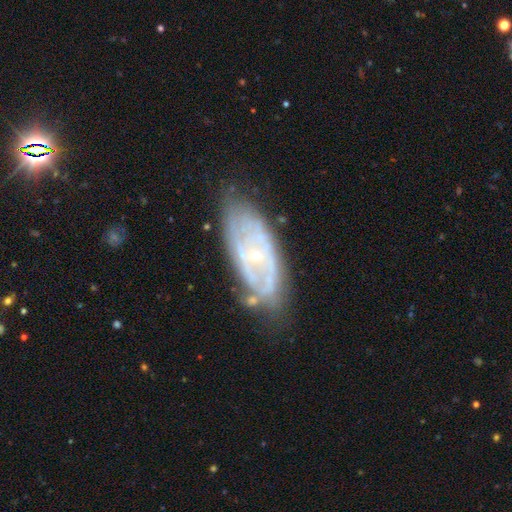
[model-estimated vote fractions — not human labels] featured or disk 78%, smooth 15%, star or artifact 7%. Down the decision tree: edge-on disk — no (90%); bar — no (70%); spiral arms — yes (72%); spiral arm count — can't tell (53%); spiral winding — tight (59%); bulge size — small (78%); merging — none (62%).